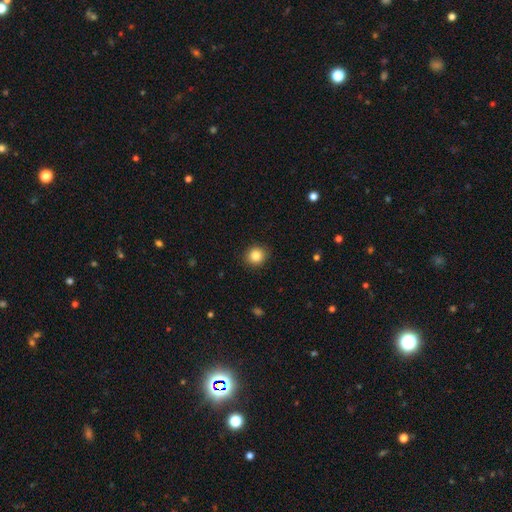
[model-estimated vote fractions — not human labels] This is clearly a smooth galaxy (86%). How rounded: clearly round (89%). Merging: clearly none (90%).